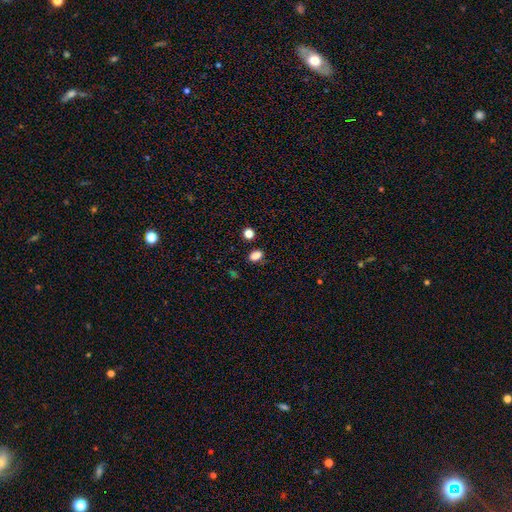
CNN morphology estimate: Smooth or featured?
  - smooth: 81% *
  - star or artifact: 13%
  - featured or disk: 5%
How rounded?
  - in between: 77% *
  - round: 22%
  - cigar-shaped: 2%
Merging?
  - none: 83% *
  - minor disturbance: 11%
  - merger: 4%
  - major disturbance: 3%